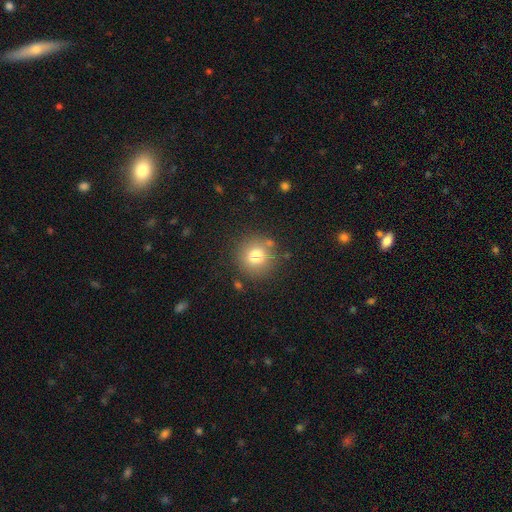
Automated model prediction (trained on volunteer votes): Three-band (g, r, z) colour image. It shows a smooth galaxy with no disk features (78%) that is round (92%). Merging: none (81%).